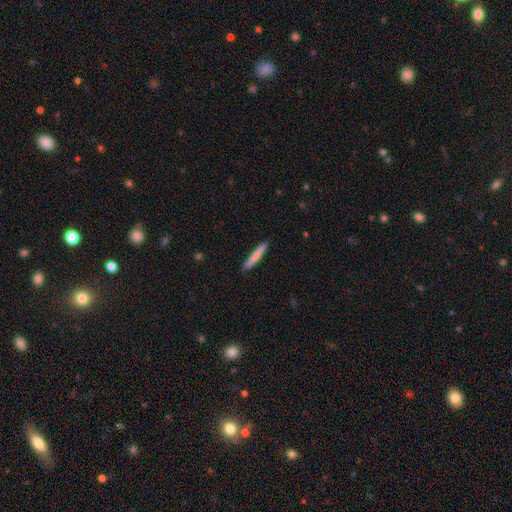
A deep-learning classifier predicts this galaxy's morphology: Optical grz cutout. It shows a smooth galaxy with no disk features (74%) that is cigar-shaped (96%). Merging: none (91%).